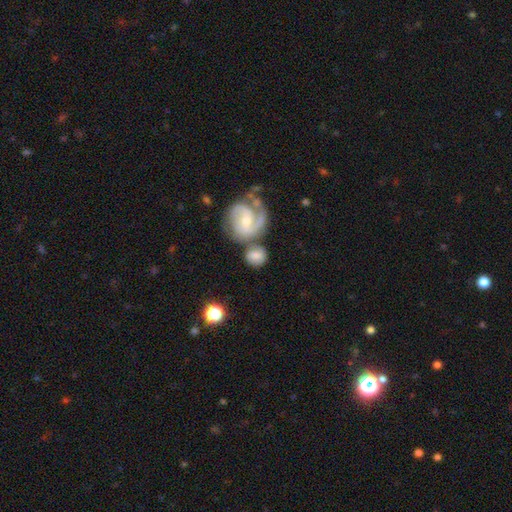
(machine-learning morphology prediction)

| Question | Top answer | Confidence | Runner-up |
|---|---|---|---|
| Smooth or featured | smooth | 55% | featured or disk (38%) |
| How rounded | round | 72% | in between (27%) |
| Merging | none | 51% | merger (27%) |